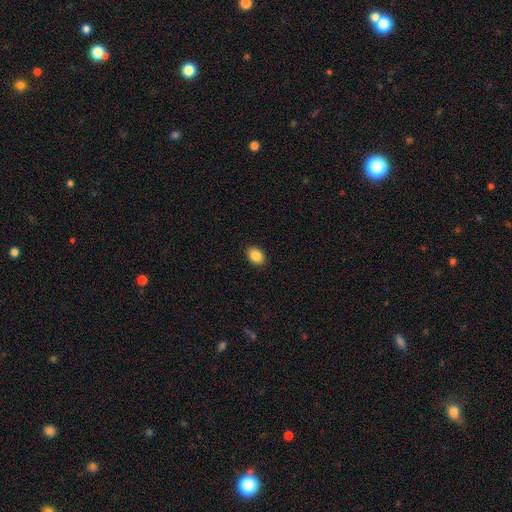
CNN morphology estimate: Q: Smooth or featured?
A: smooth (87%); runner-up: star or artifact (8%)
Q: How rounded?
A: in between (73%); runner-up: round (26%)
Q: Merging?
A: none (90%); runner-up: minor disturbance (7%)